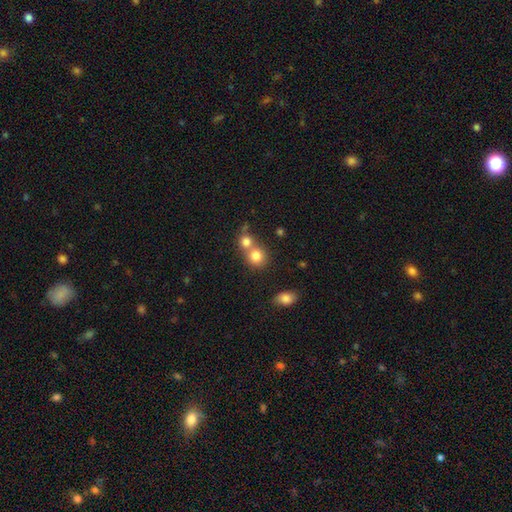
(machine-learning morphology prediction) The model was most divided on "merging": merger: 51%, none: 41%, minor disturbance: 6%, major disturbance: 2%. More confident: how rounded — round (84%); smooth or featured — smooth (80%).